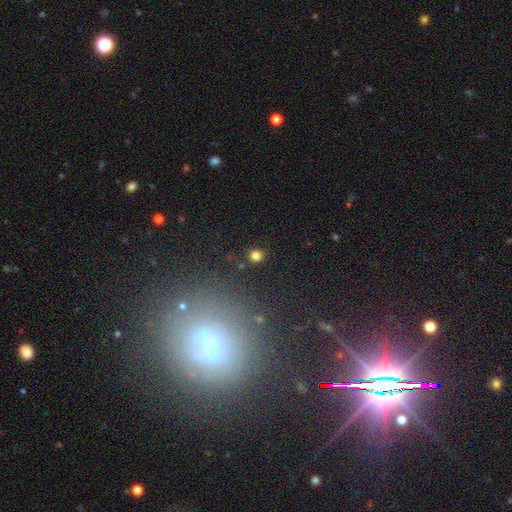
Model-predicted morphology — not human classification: This appears to be a smooth galaxy with no disk features (80%) that is round (88%). Merging: none (88%).